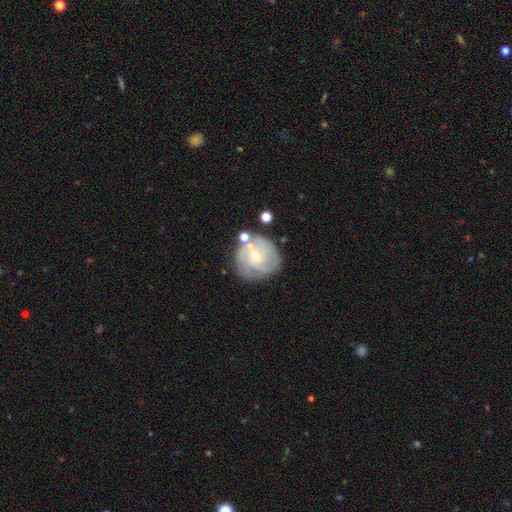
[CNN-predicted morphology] Smooth or featured: featured or disk — 69% (smooth — 24%)
Edge-on disk: no — 98% (yes — 2%)
Bar: no — 61% (weak — 34%)
Spiral arms: yes — 85% (no — 15%)
Spiral winding: tight — 60% (medium — 30%)
Spiral arm count: can't tell — 36% (3 — 24%)
Bulge size: small — 66% (moderate — 30%)
Merging: none — 67% (minor disturbance — 17%)